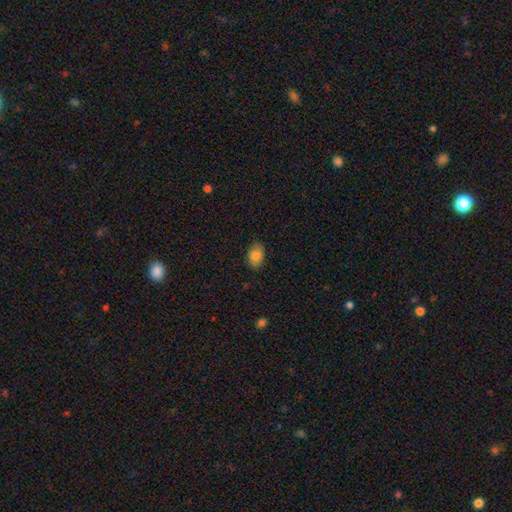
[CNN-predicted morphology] This appears to be a smooth galaxy with no disk features (83%) that is in between round and cigar-shaped (81%). Merging: none (84%).